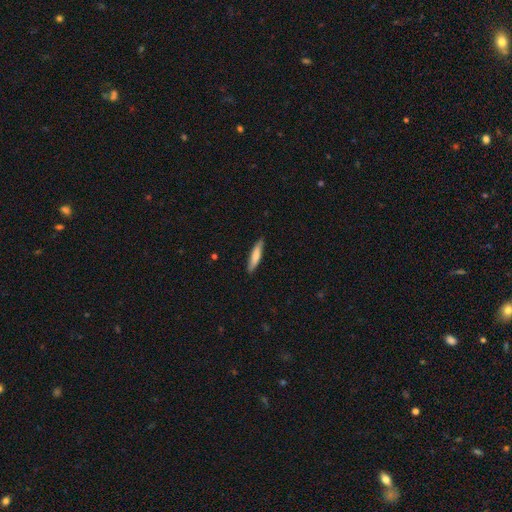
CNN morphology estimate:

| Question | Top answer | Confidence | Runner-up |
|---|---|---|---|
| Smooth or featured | smooth | 74% | featured or disk (21%) |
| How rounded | cigar-shaped | 85% | in between (14%) |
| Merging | none | 85% | minor disturbance (12%) |